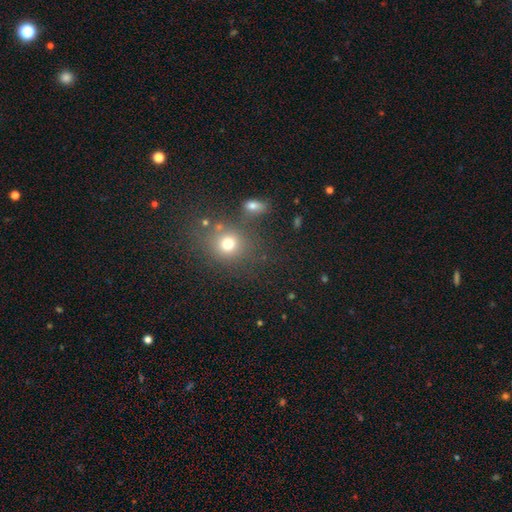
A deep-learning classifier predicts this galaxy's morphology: smooth 57%, star or artifact 33%, featured or disk 10%. Down the decision tree: how rounded — round (76%); merging — none (73%).